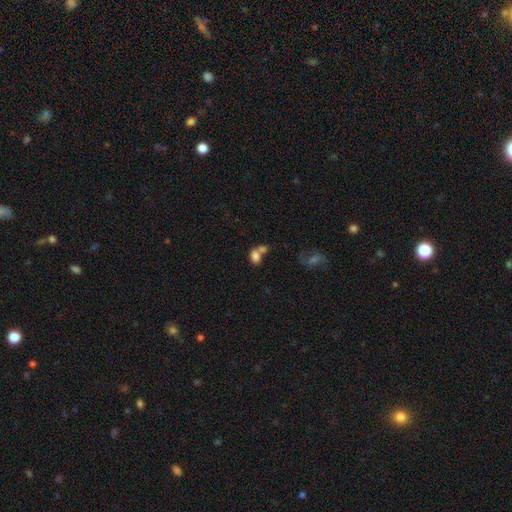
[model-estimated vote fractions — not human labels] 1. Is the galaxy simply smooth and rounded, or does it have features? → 77% smooth, 13% featured or disk, 10% star or artifact.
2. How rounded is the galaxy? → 79% in between, 19% round, 2% cigar-shaped.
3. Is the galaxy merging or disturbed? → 57% merger, 27% none, 9% minor disturbance, 7% major disturbance.